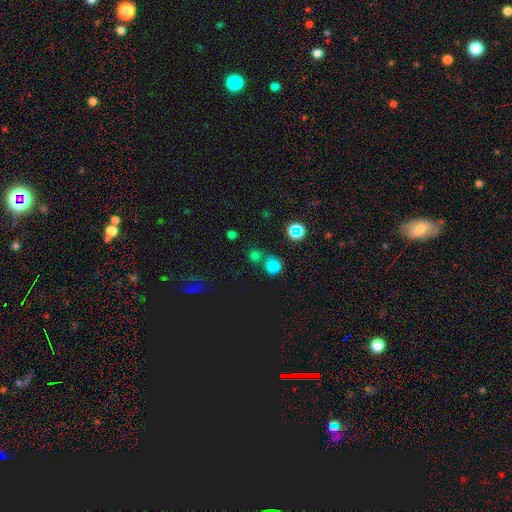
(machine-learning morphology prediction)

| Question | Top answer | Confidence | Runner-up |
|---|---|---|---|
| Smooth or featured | smooth | 66% | star or artifact (28%) |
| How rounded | round | 88% | in between (11%) |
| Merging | none | 64% | merger (24%) |